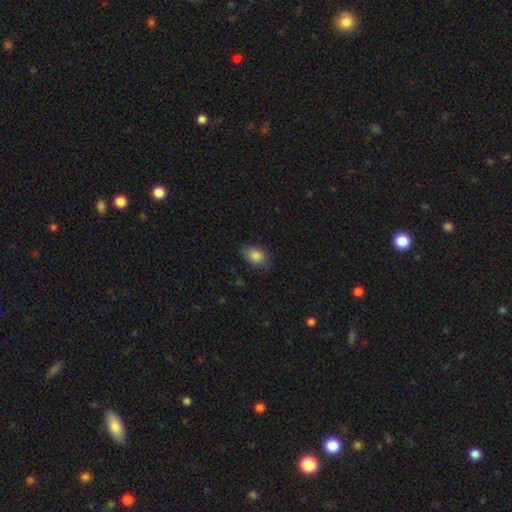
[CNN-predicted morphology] smooth 86%, star or artifact 8%, featured or disk 6%. Down the decision tree: how rounded — in between (83%); merging — none (79%).